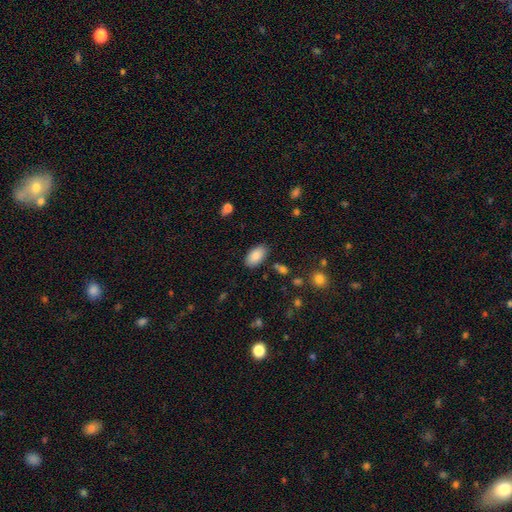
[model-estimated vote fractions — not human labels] Smooth or featured? Predicted: smooth (p=0.87). How rounded? Predicted: in between (p=0.95). Merging? Predicted: none (p=0.84).